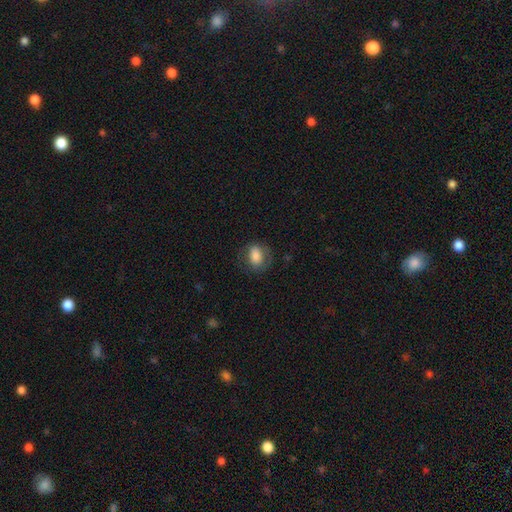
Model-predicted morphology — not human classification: This is likely a smooth galaxy (79%). How rounded: likely in between (70%). Merging: likely none (68%).